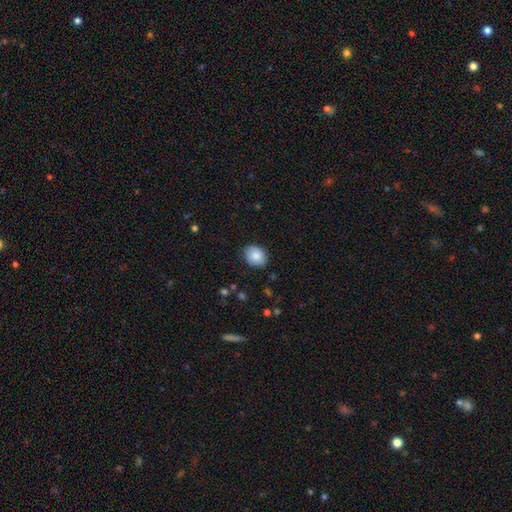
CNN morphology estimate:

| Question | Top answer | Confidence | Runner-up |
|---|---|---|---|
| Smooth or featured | smooth | 84% | featured or disk (8%) |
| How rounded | in between | 57% | round (43%) |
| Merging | none | 87% | minor disturbance (10%) |